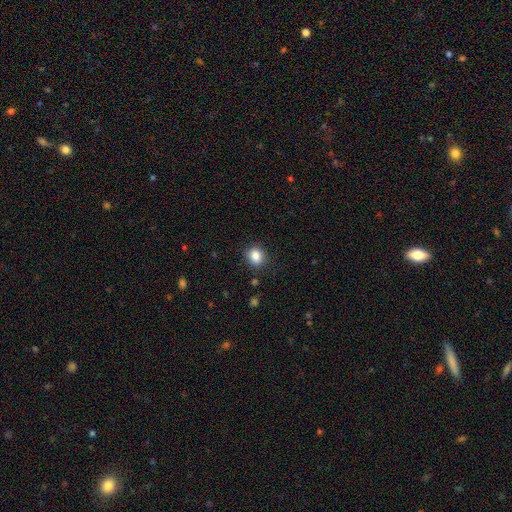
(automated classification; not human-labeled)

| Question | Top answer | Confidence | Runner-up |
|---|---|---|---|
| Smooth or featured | smooth | 86% | star or artifact (10%) |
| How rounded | round | 58% | in between (40%) |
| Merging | none | 86% | minor disturbance (9%) |